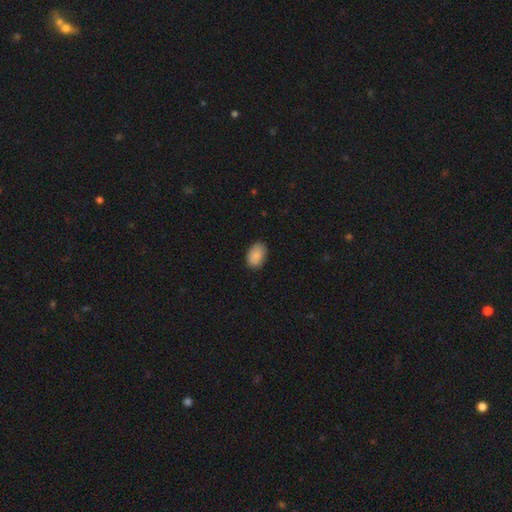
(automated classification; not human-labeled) smooth 89%, star or artifact 7%, featured or disk 5%. Down the decision tree: how rounded — in between (86%); merging — none (85%).